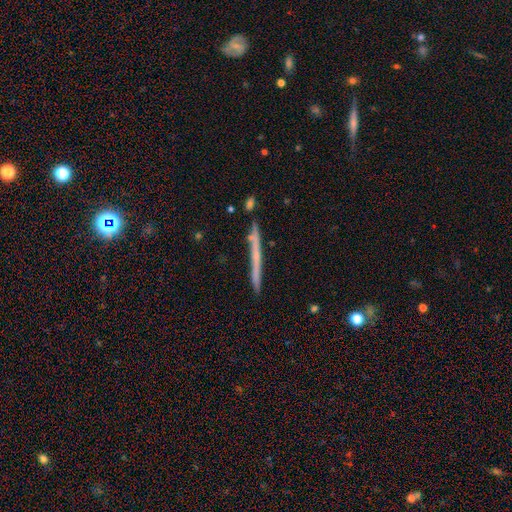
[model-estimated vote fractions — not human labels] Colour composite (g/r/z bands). It shows a featured or disk galaxy (50%). Merging: none (87%).